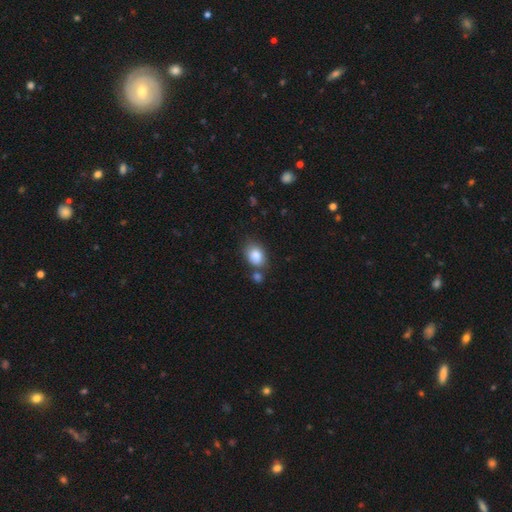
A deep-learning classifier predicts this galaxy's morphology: Smooth or featured?
  - smooth: 85% *
  - star or artifact: 8%
  - featured or disk: 7%
How rounded?
  - in between: 73% *
  - round: 26%
  - cigar-shaped: 1%
Merging?
  - none: 57% *
  - merger: 20%
  - minor disturbance: 18%
  - major disturbance: 5%